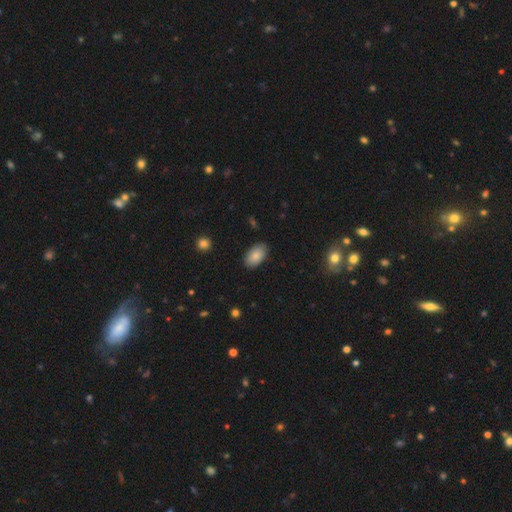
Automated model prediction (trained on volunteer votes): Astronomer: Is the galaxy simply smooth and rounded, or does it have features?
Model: smooth — 85%.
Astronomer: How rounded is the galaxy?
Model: in between — 94%.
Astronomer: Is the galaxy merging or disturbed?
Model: none — 86%.